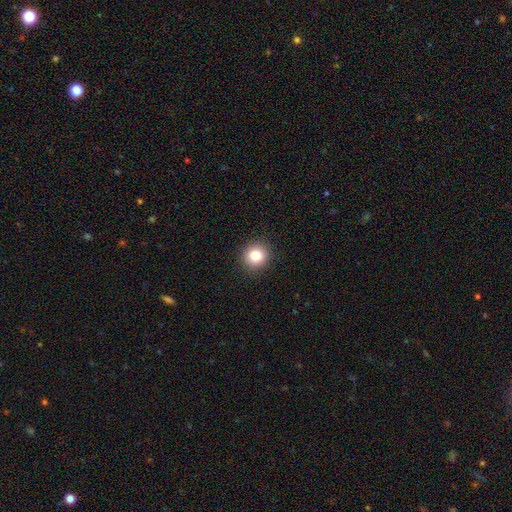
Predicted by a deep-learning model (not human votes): A smooth galaxy with no disk features (81%) that is round (90%).

Vote fractions:
- Smooth or featured? smooth: 81% / star or artifact: 11% / featured or disk: 7%
- How rounded? round: 90% / in between: 9% / cigar-shaped: 1%
- Merging? none: 92% / minor disturbance: 5% / major disturbance: 2% / merger: 1%